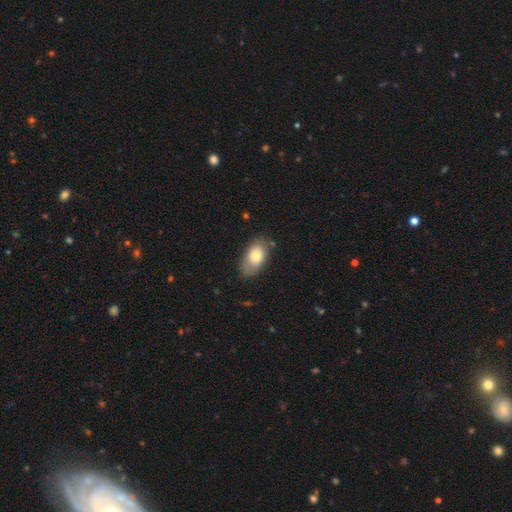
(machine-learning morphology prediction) Q: Smooth or featured?
A: smooth (75%); runner-up: featured or disk (18%)
Q: How rounded?
A: in between (91%); runner-up: round (7%)
Q: Merging?
A: none (74%); runner-up: minor disturbance (19%)